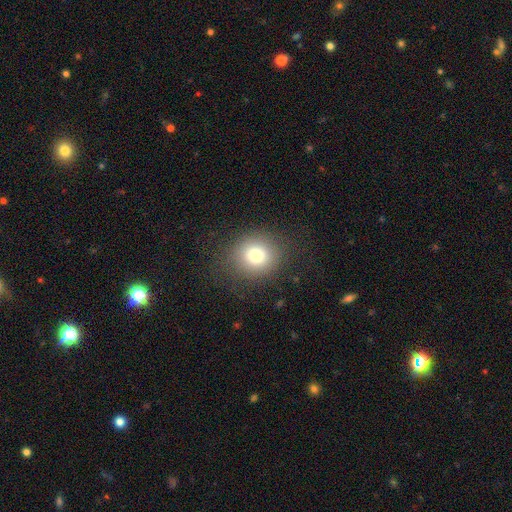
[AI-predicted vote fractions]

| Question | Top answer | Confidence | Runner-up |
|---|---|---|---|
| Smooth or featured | smooth | 78% | star or artifact (13%) |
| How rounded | round | 81% | in between (18%) |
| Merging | none | 84% | minor disturbance (10%) |